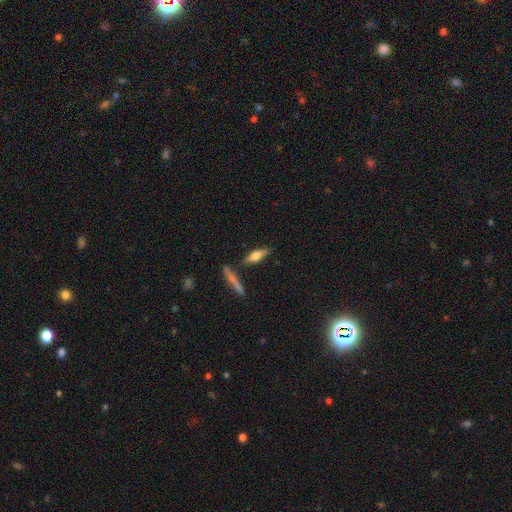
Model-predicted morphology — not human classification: type=smooth (50%); roundness=cigar-shaped (61%); merging=none (77%).